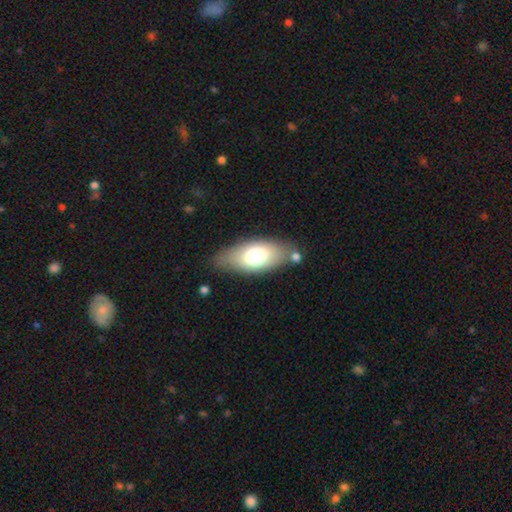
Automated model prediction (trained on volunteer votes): Overall: smooth (67%). How rounded: in between (85%). Merging: none (75%).